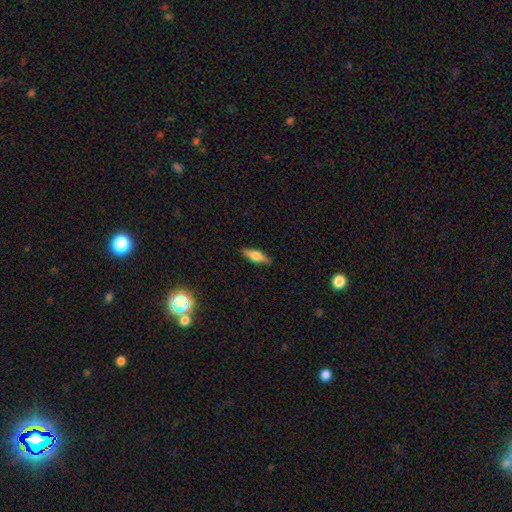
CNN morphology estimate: This appears to be a featured or disk galaxy (49%). Merging: none (87%).